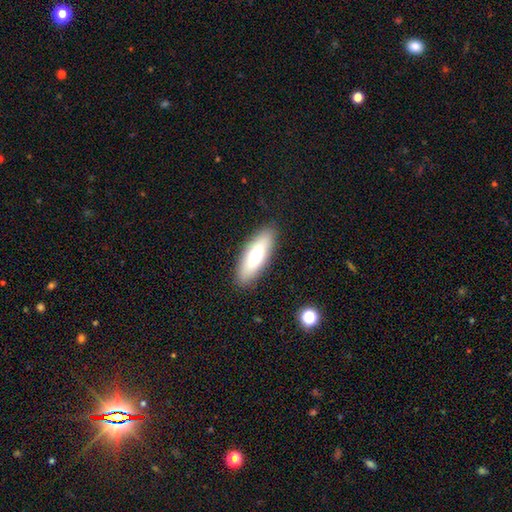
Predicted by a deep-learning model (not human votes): The model was most divided on "how rounded": in between: 56%, cigar-shaped: 42%, round: 2%. More confident: merging — none (88%); smooth or featured — smooth (64%).